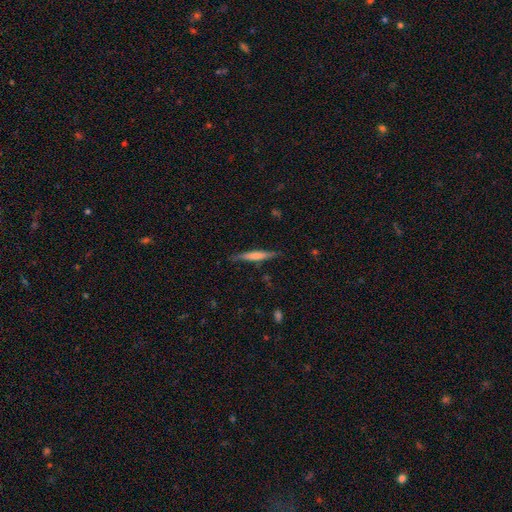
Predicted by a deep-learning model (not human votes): Q: Smooth or featured?
A: smooth (56%); runner-up: featured or disk (39%)
Q: How rounded?
A: cigar-shaped (93%); runner-up: in between (6%)
Q: Merging?
A: none (83%); runner-up: minor disturbance (13%)